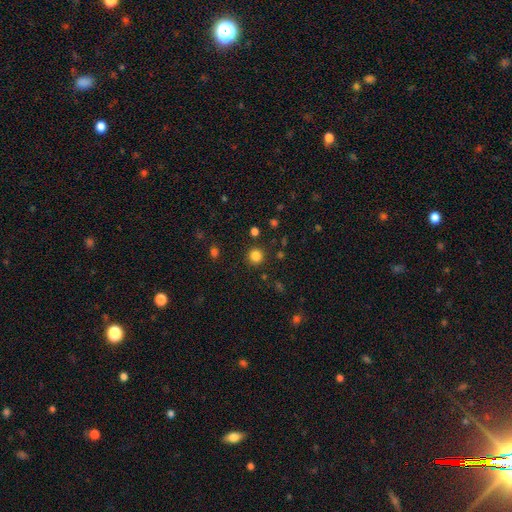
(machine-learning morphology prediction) Smooth or featured? smooth (83%)
How rounded? round (93%)
Merging? none (90%)